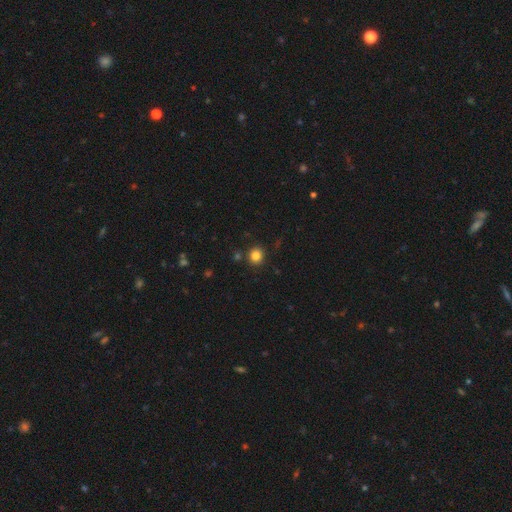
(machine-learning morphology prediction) This is clearly a smooth galaxy (83%). How rounded: clearly round (88%). Merging: clearly none (87%).